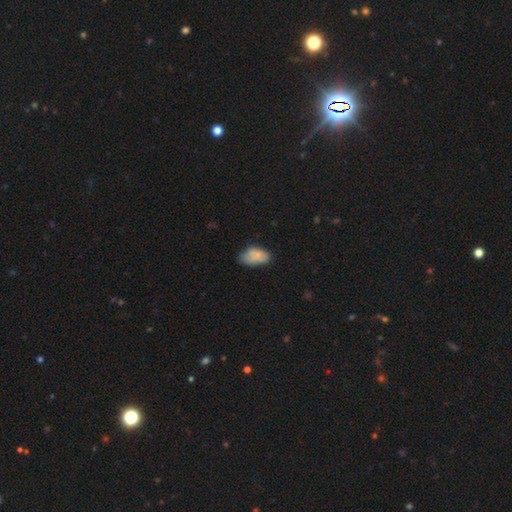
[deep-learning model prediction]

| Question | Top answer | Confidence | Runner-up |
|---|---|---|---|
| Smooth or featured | smooth | 77% | featured or disk (15%) |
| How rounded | in between | 93% | round (4%) |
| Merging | none | 54% | minor disturbance (34%) |